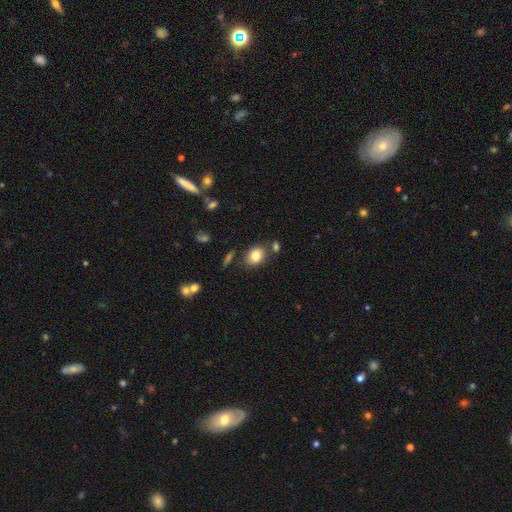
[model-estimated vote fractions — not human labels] Smooth or featured? smooth (82%)
How rounded? in between (58%)
Merging? none (72%)